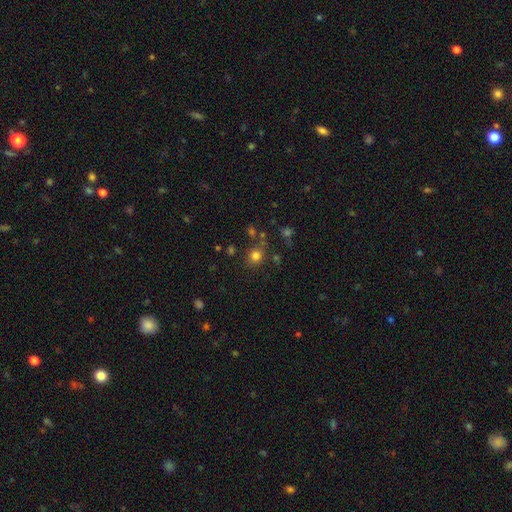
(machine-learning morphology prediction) Overall: smooth (77%). How rounded: round (84%). Merging: none (74%).